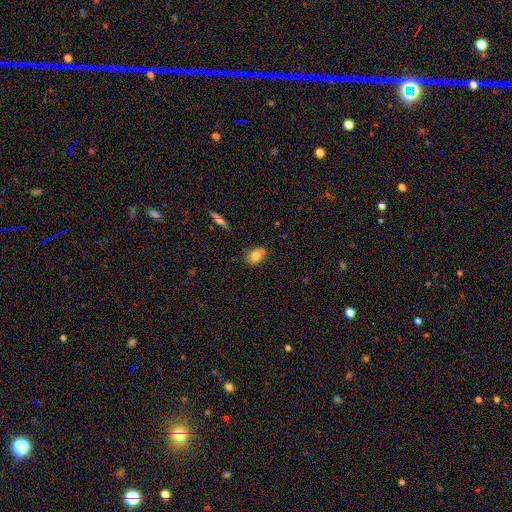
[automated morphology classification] Smooth or featured? smooth (76%)
How rounded? in between (51%)
Merging? none (54%)